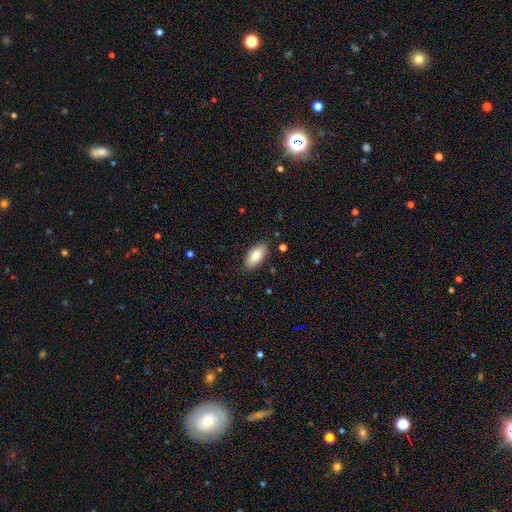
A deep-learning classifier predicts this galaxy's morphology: A smooth galaxy with no disk features (83%) that is in between round and cigar-shaped (90%). Merging: none (86%).